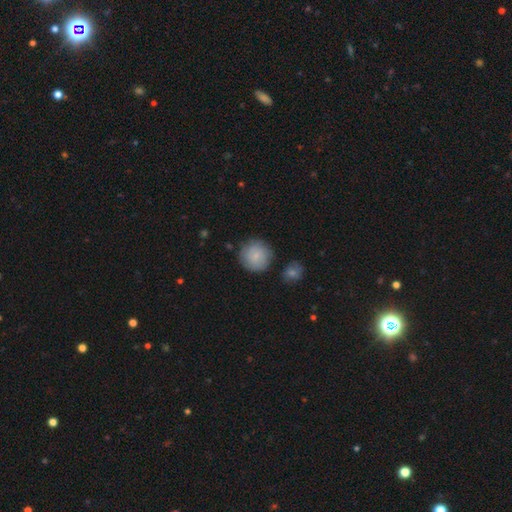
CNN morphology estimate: Smooth or featured?
  - smooth: 79% *
  - featured or disk: 15%
  - star or artifact: 7%
How rounded?
  - round: 93% *
  - in between: 6%
  - cigar-shaped: 1%
Merging?
  - none: 79% *
  - minor disturbance: 13%
  - merger: 5%
  - major disturbance: 4%